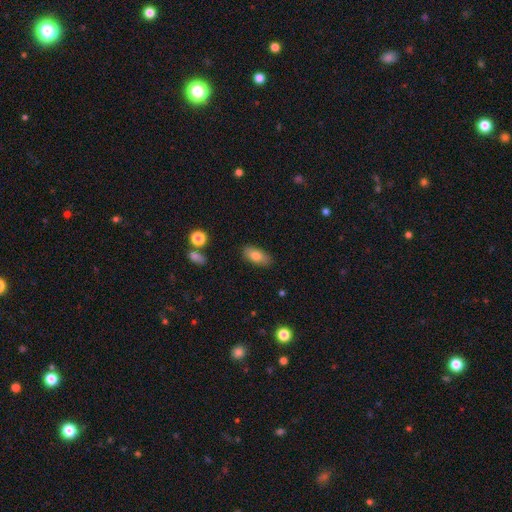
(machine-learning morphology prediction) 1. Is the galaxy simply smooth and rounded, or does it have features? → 77% smooth, 15% featured or disk, 8% star or artifact.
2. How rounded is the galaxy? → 87% in between, 9% cigar-shaped, 4% round.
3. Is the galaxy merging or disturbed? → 86% none, 10% minor disturbance, 2% major disturbance, 2% merger.